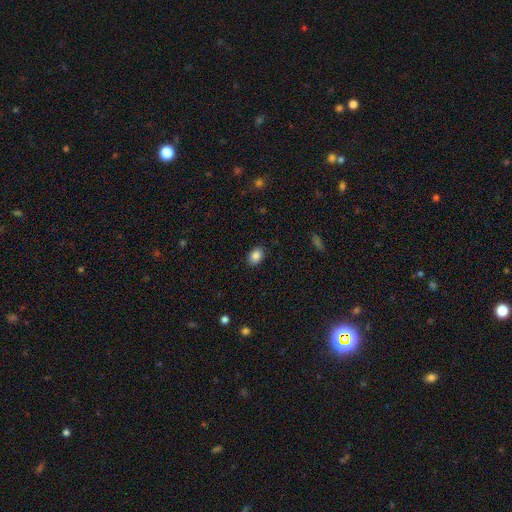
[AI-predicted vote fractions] This appears to be a smooth galaxy with no disk features (86%) that is in between round and cigar-shaped (79%). Merging: none (88%).